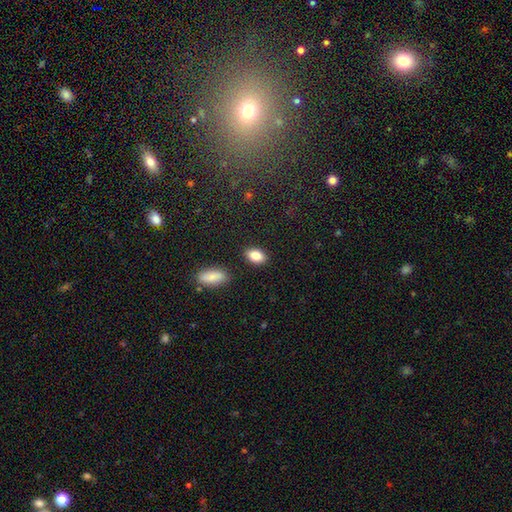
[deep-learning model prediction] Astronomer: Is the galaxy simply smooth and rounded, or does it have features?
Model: smooth — 85%.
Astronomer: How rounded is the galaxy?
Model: in between — 88%.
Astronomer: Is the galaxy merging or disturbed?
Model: none — 86%.